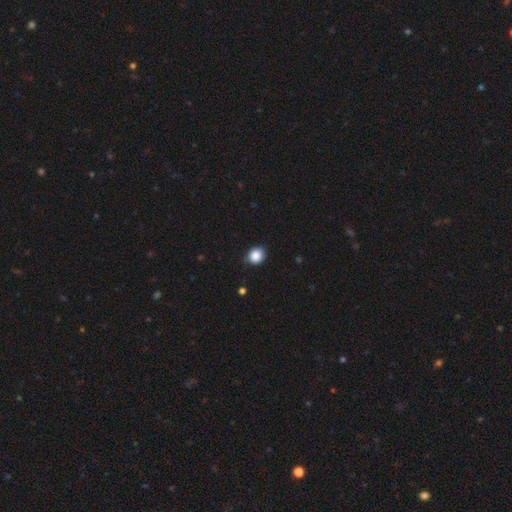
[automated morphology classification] smooth_or_featured: smooth (p=0.87) [alt: star or artifact p=0.09]
how_rounded: round (p=0.73) [alt: in between p=0.26]
merging: none (p=0.84) [alt: minor disturbance p=0.12]